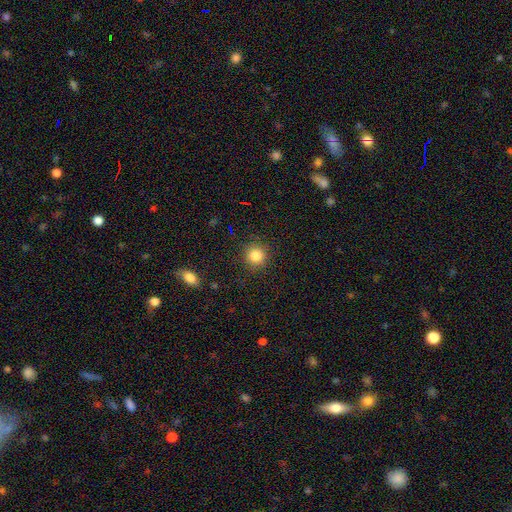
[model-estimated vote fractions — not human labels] Overall: smooth (83%). How rounded: round (92%). Merging: none (88%).